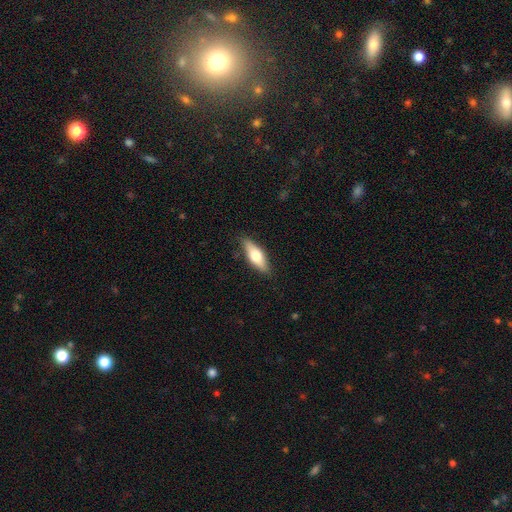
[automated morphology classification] type=smooth (64%); roundness=in between (63%); merging=none (85%).